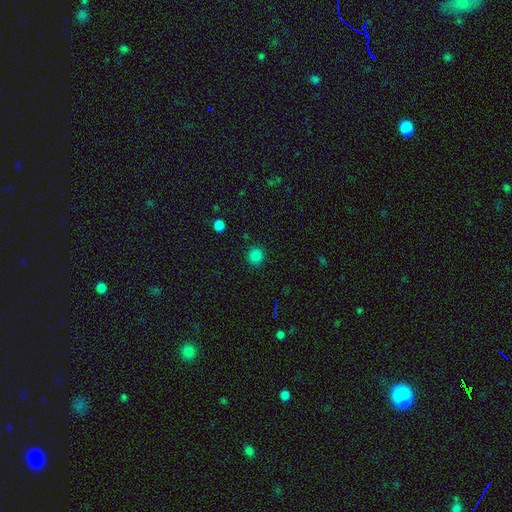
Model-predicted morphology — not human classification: The model was most divided on "smooth or featured": smooth: 83%, star or artifact: 13%, featured or disk: 3%. More confident: how rounded — round (92%); merging — none (91%).